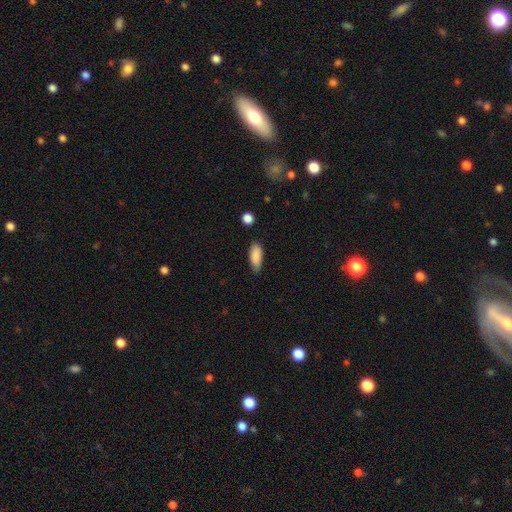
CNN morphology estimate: smooth_or_featured: smooth (p=0.87) [alt: star or artifact p=0.07]
how_rounded: in between (p=0.77) [alt: cigar-shaped p=0.21]
merging: none (p=0.75) [alt: minor disturbance p=0.20]